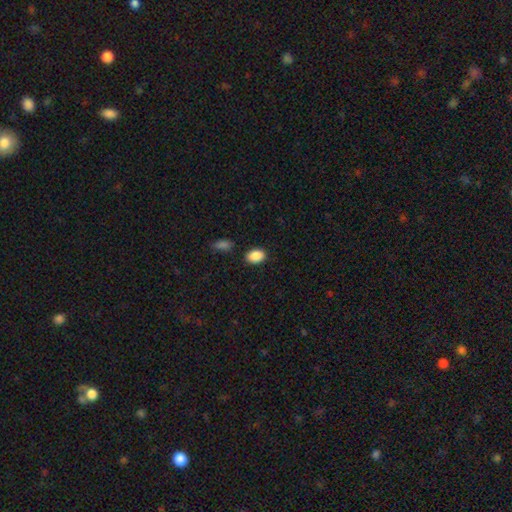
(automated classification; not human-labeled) This appears to be a smooth galaxy with no disk features (89%) that is in between round and cigar-shaped (82%). Merging: none (86%).